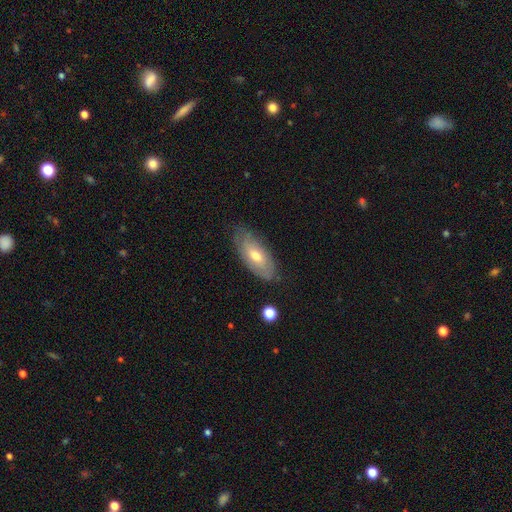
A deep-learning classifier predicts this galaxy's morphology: The model was most divided on "smooth or featured": smooth: 54%, featured or disk: 39%, star or artifact: 6%. More confident: how rounded — in between (85%); merging — none (74%).